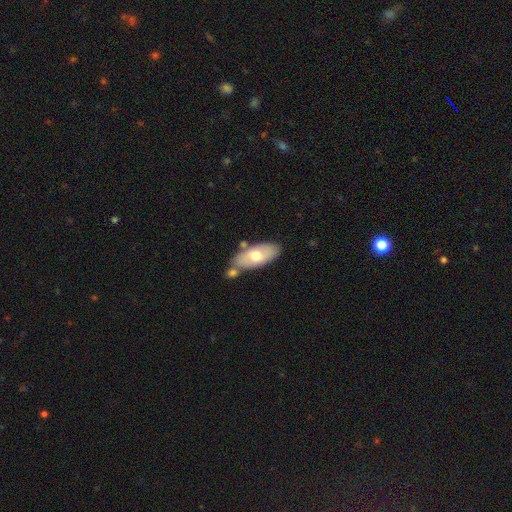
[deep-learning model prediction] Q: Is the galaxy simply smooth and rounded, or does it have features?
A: smooth — 61%.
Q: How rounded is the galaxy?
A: in between — 87%.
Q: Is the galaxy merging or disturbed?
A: none — 67%.